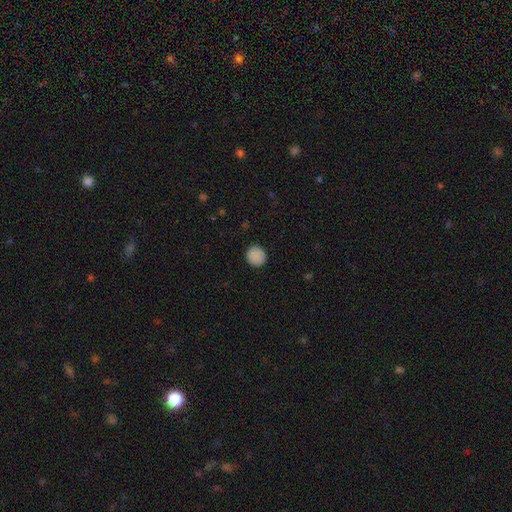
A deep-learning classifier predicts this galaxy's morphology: smooth-or-featured: smooth: 88% | star or artifact: 9% | featured or disk: 3%
  how-rounded: round: 92% | in between: 7% | cigar-shaped: 1%
  merging: none: 90% | minor disturbance: 7% | major disturbance: 2% | merger: 1%